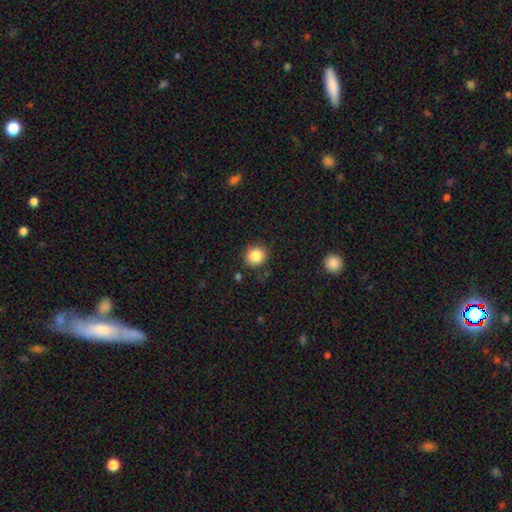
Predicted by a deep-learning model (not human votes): The model was most divided on "how rounded": round: 86%, in between: 13%, cigar-shaped: 1%. More confident: smooth or featured — smooth (86%); merging — none (85%).